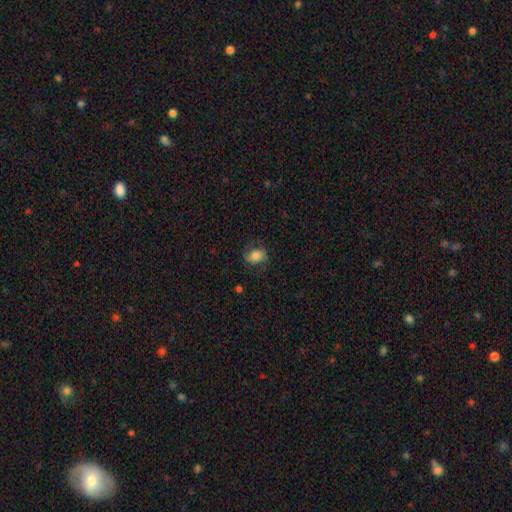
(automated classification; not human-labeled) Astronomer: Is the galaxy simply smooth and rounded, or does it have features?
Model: smooth — 74%.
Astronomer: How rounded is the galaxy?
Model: in between — 75%.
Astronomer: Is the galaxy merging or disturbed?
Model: none — 72%.